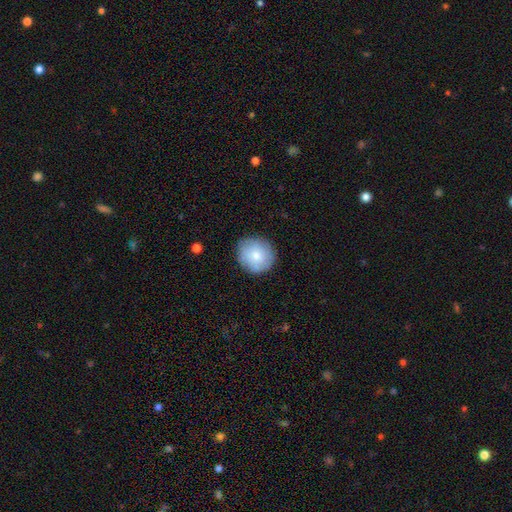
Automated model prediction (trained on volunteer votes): smooth-or-featured: smooth: 78% | featured or disk: 15% | star or artifact: 7%
  how-rounded: round: 92% | in between: 7% | cigar-shaped: 1%
  merging: none: 86% | minor disturbance: 10% | major disturbance: 2% | merger: 1%